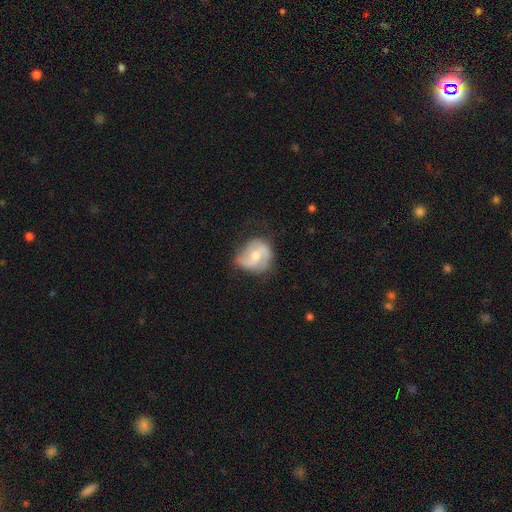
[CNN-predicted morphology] smooth-or-featured: featured or disk: 65% | smooth: 28% | star or artifact: 6%
  disk-edge-on: no: 97% | yes: 3%
    bar: no: 47% | weak: 40% | strong: 13%
    has-spiral-arms: yes: 86% | no: 14%
      spiral-winding: medium: 46% | loose: 31% | tight: 23%
      spiral-arm-count: 2: 67% | 3: 13% | can't tell: 13% | 1: 4% | 4: 2% | more than 4: 2%
    bulge-size: moderate: 58% | small: 37% | large: 2% | none: 2% | dominant: 1%
  merging: none: 59% | minor disturbance: 27% | major disturbance: 11% | merger: 2%